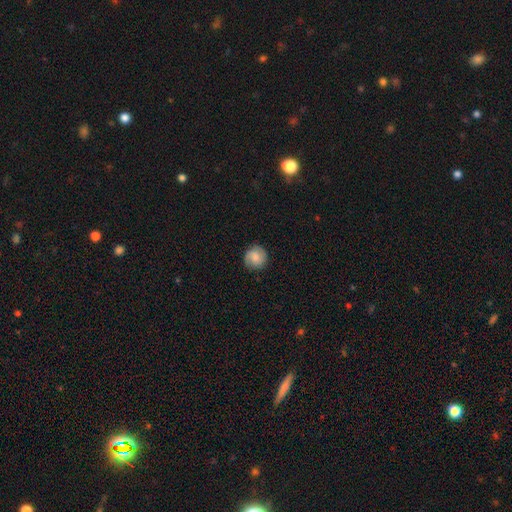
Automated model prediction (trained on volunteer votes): A smooth galaxy with no disk features (65%) that is round (90%).

Vote fractions:
- Smooth or featured? smooth: 65% / featured or disk: 28% / star or artifact: 8%
- How rounded? round: 90% / in between: 9% / cigar-shaped: 1%
- Merging? none: 85% / minor disturbance: 11% / major disturbance: 3% / merger: 1%